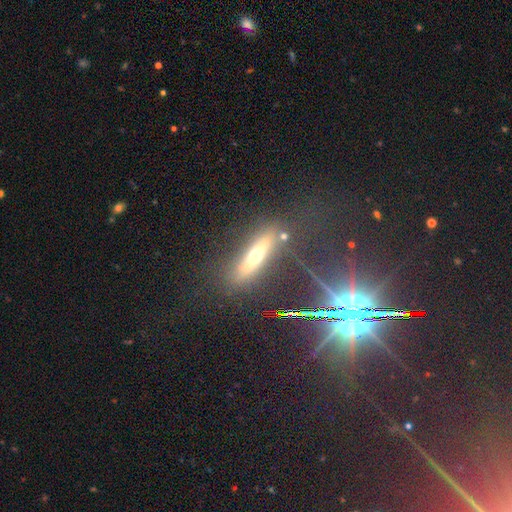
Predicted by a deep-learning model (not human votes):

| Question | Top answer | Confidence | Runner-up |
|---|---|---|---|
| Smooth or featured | smooth | 42% | featured or disk (38%) |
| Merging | none | 78% | minor disturbance (12%) |